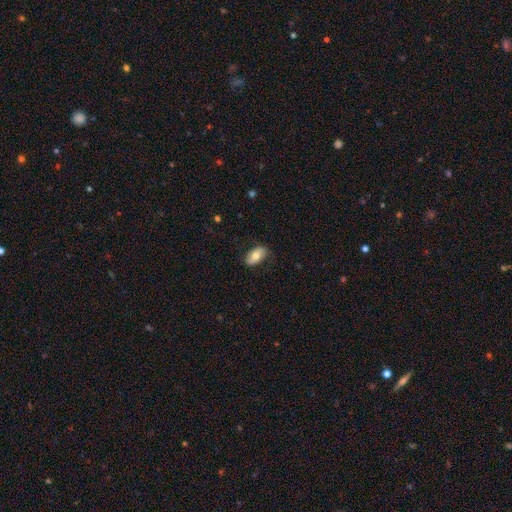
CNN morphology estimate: smooth_or_featured: smooth (p=0.70) [alt: featured or disk p=0.24]
how_rounded: in between (p=0.93) [alt: round p=0.05]
merging: none (p=0.81) [alt: minor disturbance p=0.15]